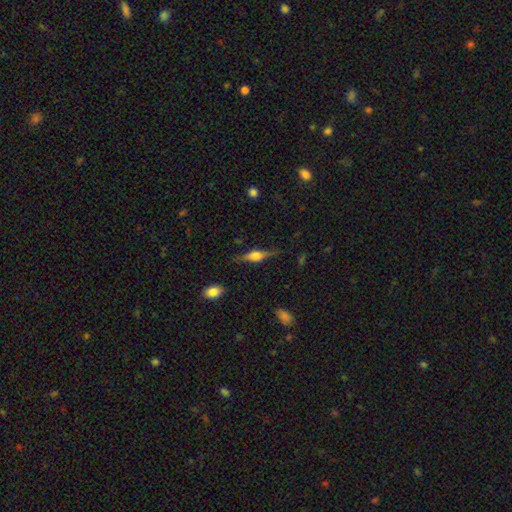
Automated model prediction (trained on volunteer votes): smooth_or_featured: featured or disk (p=0.67) [alt: smooth p=0.26]
disk_edge_on: yes (p=0.96) [alt: no p=0.04]
edge_on_bulge: rounded (p=0.86) [alt: boxy p=0.13]
merging: none (p=0.82) [alt: minor disturbance p=0.13]